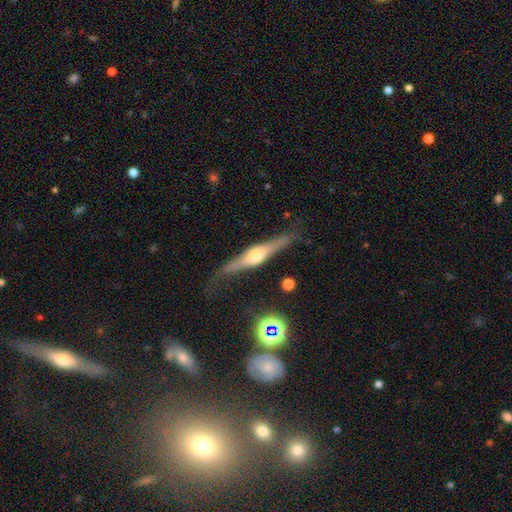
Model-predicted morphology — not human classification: type=featured or disk (74%); edge-on=yes (96%); edge-on bulge=rounded (87%); merging=none (77%).